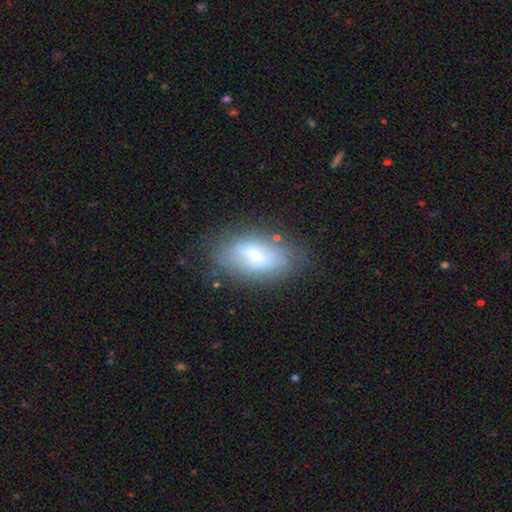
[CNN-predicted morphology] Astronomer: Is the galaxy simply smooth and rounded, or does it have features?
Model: smooth — 50% (runner-up: featured or disk, 41%).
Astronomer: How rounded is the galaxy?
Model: in between — 88%.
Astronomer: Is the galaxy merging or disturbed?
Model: none — 61%.